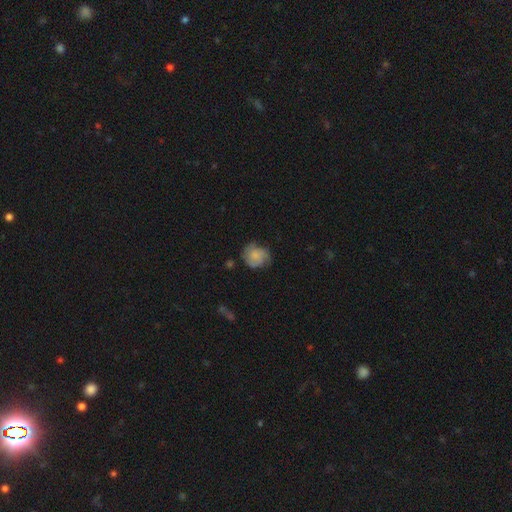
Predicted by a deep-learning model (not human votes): A smooth galaxy with no disk features (60%) that is round (74%).

Vote fractions:
- Smooth or featured? smooth: 60% / featured or disk: 32% / star or artifact: 8%
- How rounded? round: 74% / in between: 25% / cigar-shaped: 1%
- Merging? none: 60% / minor disturbance: 28% / major disturbance: 10% / merger: 2%